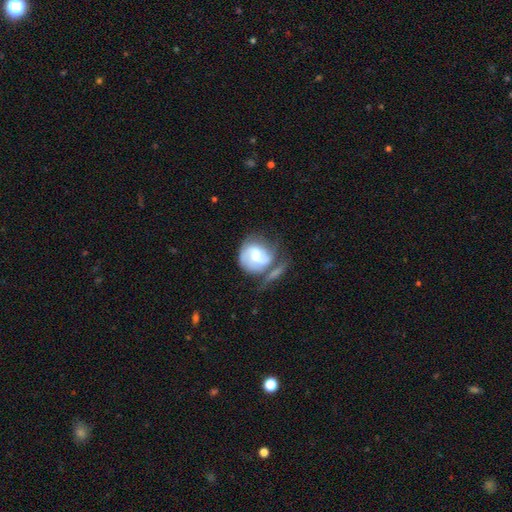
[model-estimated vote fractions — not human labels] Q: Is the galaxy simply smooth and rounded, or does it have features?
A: featured or disk — 65%.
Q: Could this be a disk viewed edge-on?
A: no — 97%.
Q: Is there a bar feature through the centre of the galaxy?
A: no — 45%.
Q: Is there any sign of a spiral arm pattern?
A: yes — 80%.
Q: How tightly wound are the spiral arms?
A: tight — 40%.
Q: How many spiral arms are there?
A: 2 — 59%.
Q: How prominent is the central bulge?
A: moderate — 65%.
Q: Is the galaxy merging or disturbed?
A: none — 35%.